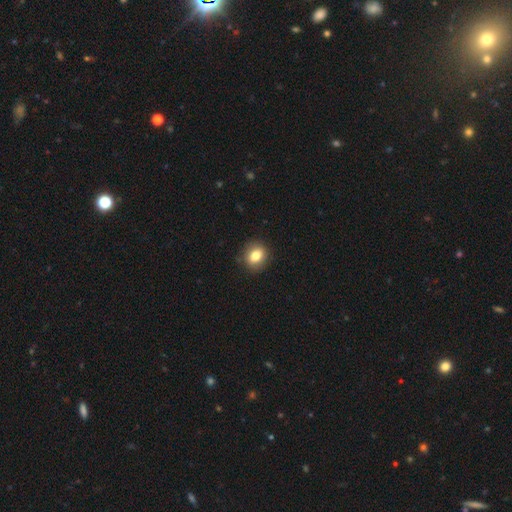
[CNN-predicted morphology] This appears to be a smooth galaxy with no disk features (80%) that is round (61%). Merging: none (87%).